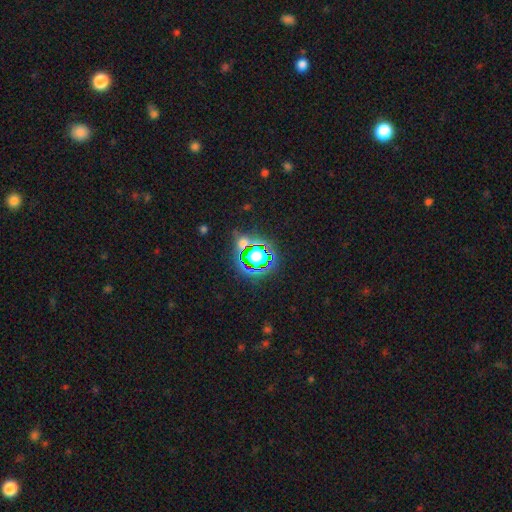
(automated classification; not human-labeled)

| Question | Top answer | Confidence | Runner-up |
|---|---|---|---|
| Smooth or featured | star or artifact | 61% | smooth (27%) |